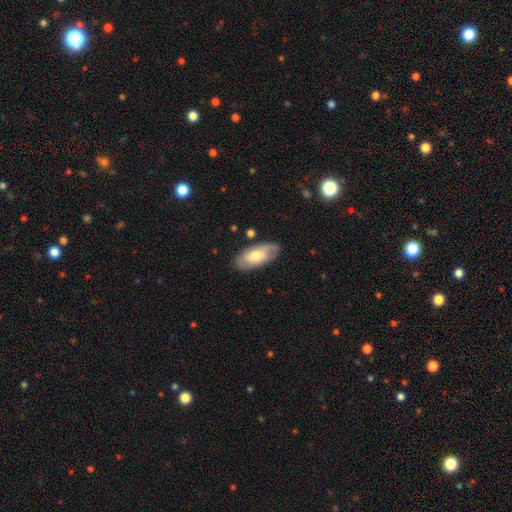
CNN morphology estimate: smooth_or_featured: smooth (p=0.52) [alt: featured or disk p=0.42]
how_rounded: in between (p=0.88) [alt: cigar-shaped p=0.09]
merging: none (p=0.76) [alt: minor disturbance p=0.17]